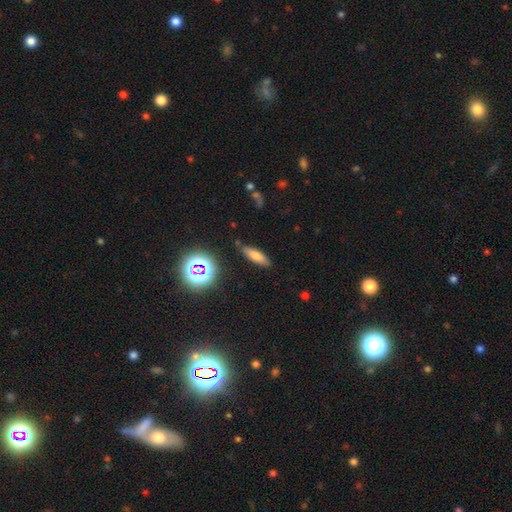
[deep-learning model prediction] Smooth or featured: smooth — 72% (star or artifact — 15%)
How rounded: cigar-shaped — 51% (in between — 45%)
Merging: none — 82% (minor disturbance — 12%)